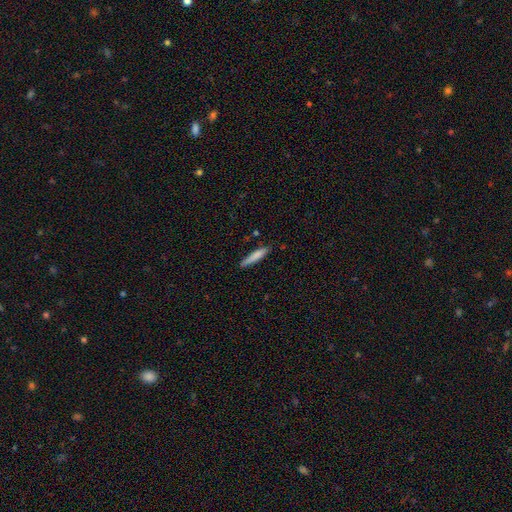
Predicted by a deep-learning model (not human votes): Overall: smooth (78%). How rounded: cigar-shaped (89%). Merging: none (82%).